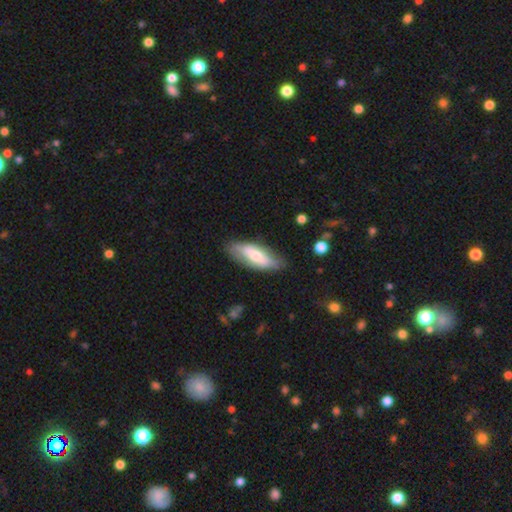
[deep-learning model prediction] Morphology: type=smooth (54%); roundness=in between (67%); merging=none (73%).